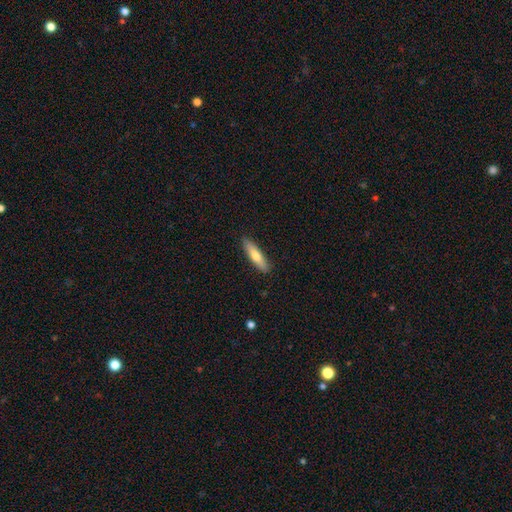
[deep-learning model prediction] Smooth or featured? smooth (71%)
How rounded? cigar-shaped (74%)
Merging? none (90%)